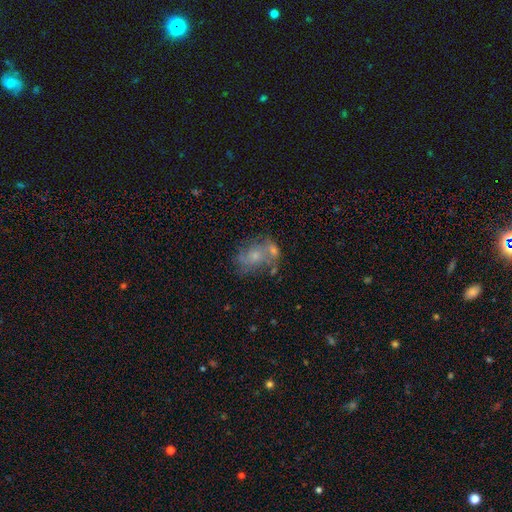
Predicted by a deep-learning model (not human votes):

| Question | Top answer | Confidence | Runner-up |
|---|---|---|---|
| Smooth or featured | featured or disk | 53% | smooth (34%) |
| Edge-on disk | no | 96% | yes (4%) |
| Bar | no | 79% | weak (18%) |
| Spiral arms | yes | 60% | no (40%) |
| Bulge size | small | 49% | moderate (37%) |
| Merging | none | 44% | merger (26%) |